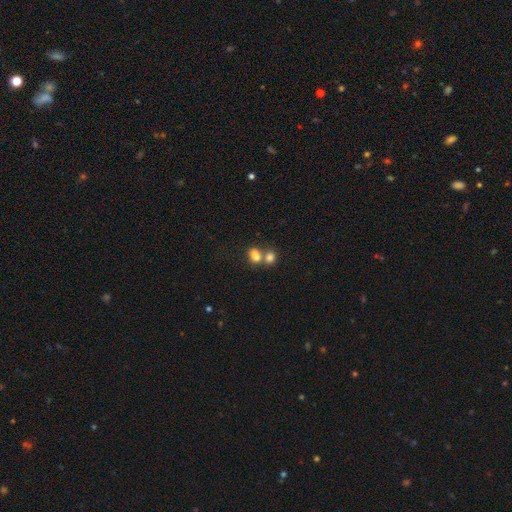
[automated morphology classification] The model was most divided on "how rounded": in between: 66%, round: 33%, cigar-shaped: 2%. More confident: smooth or featured — smooth (77%); merging — merger (63%).